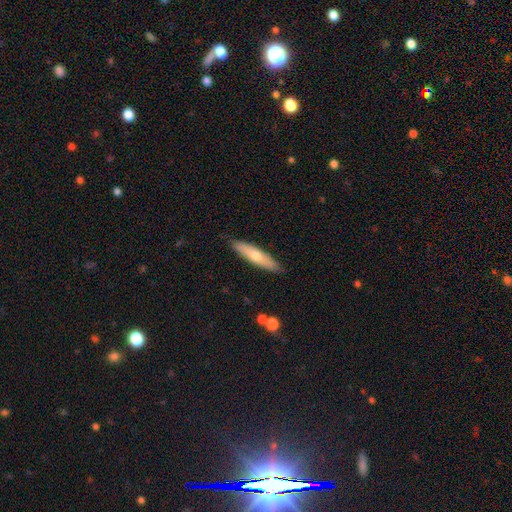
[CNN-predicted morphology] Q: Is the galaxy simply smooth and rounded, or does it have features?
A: smooth — 62%.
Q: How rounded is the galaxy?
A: cigar-shaped — 80%.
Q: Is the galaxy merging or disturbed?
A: none — 87%.